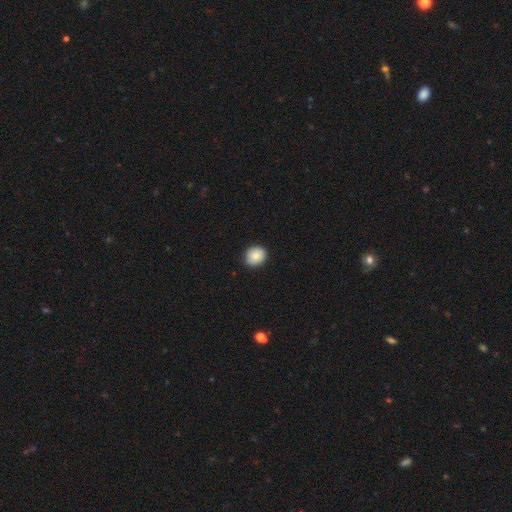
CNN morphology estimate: Smooth or featured: smooth — 83% (featured or disk — 9%)
How rounded: round — 79% (in between — 20%)
Merging: none — 89% (minor disturbance — 8%)